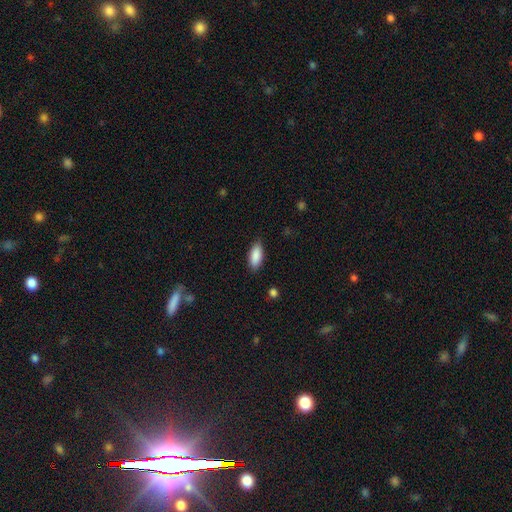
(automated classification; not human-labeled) This is clearly a smooth galaxy (89%). How rounded: clearly in between (85%). Merging: clearly none (86%).